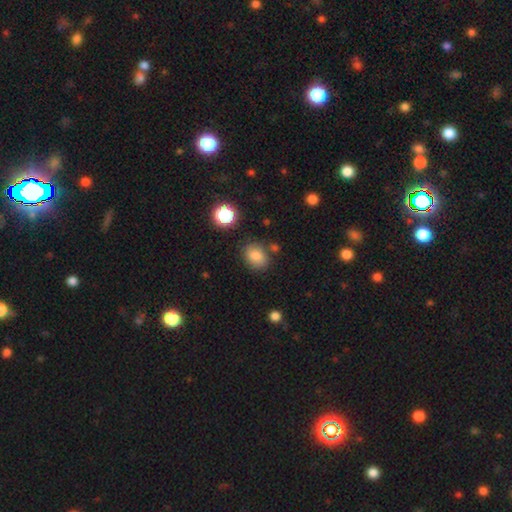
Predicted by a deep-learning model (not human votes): The model was most divided on "how rounded": in between: 58%, round: 41%, cigar-shaped: 1%. More confident: smooth or featured — smooth (82%); merging — none (76%).